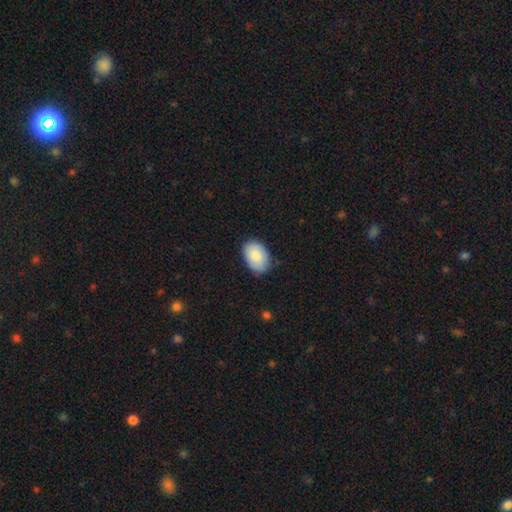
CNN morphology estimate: Q: Smooth or featured?
A: smooth (85%); runner-up: featured or disk (9%)
Q: How rounded?
A: in between (86%); runner-up: round (13%)
Q: Merging?
A: none (82%); runner-up: minor disturbance (15%)